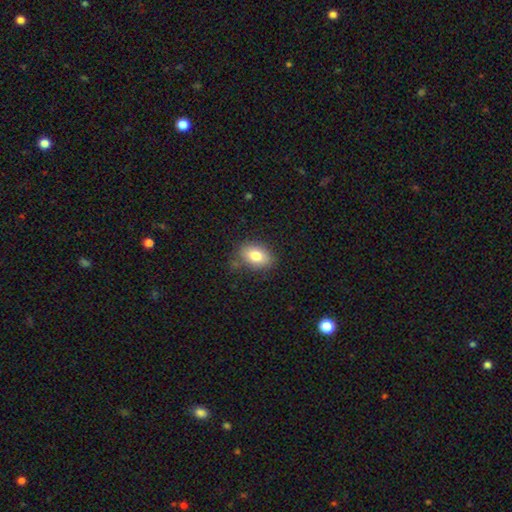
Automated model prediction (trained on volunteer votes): Morphology: type=smooth (80%); roundness=in between (84%); merging=none (79%).